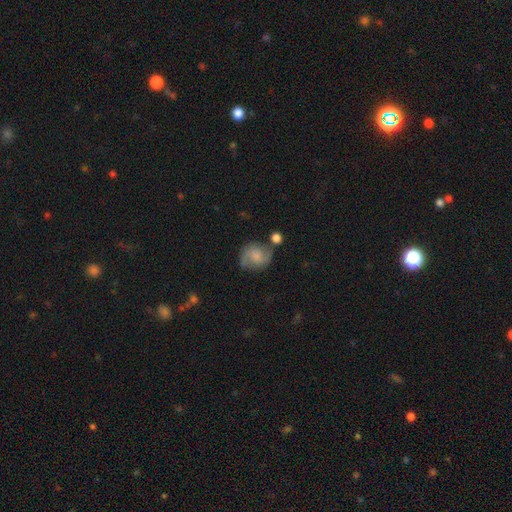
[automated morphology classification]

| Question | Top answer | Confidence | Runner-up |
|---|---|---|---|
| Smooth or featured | featured or disk | 51% | smooth (41%) |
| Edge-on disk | no | 97% | yes (3%) |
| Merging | none | 60% | minor disturbance (21%) |